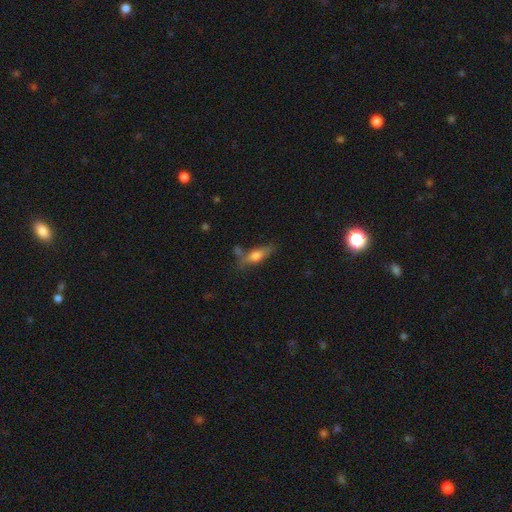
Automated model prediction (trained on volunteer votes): Smooth or featured? Predicted: smooth (p=0.57). How rounded? Predicted: cigar-shaped (p=0.49). Merging? Predicted: none (p=0.62).